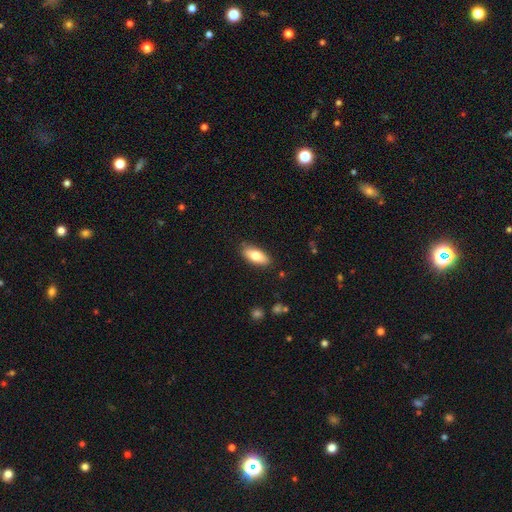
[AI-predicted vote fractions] Smooth or featured?
  - smooth: 77% *
  - featured or disk: 17%
  - star or artifact: 6%
How rounded?
  - in between: 81% *
  - cigar-shaped: 16%
  - round: 2%
Merging?
  - none: 86% *
  - minor disturbance: 11%
  - major disturbance: 2%
  - merger: 1%